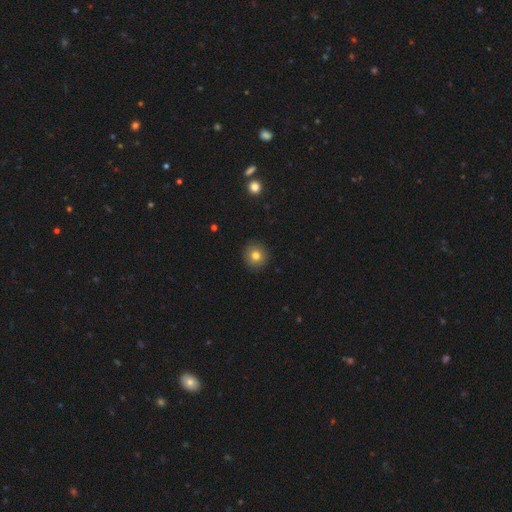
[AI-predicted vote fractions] This appears to be a smooth galaxy with no disk features (79%) that is round (93%). Merging: none (91%).